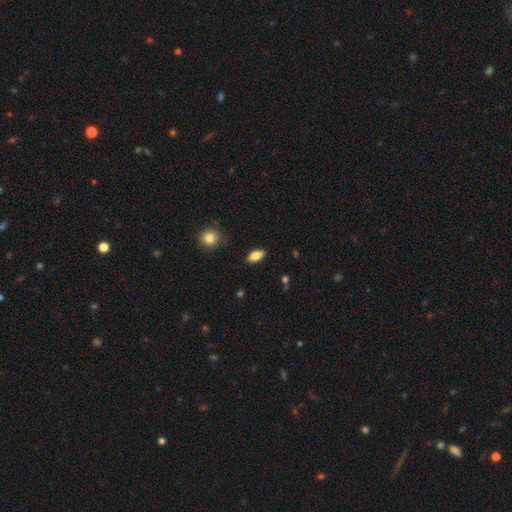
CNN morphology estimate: The model was most divided on "smooth or featured": smooth: 80%, featured or disk: 13%, star or artifact: 7%. More confident: how rounded — in between (89%); merging — none (87%).